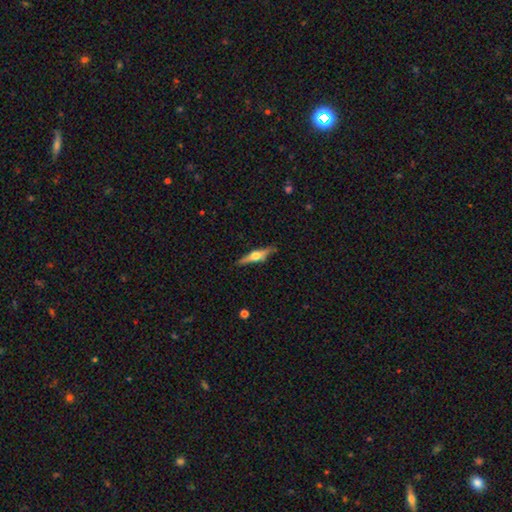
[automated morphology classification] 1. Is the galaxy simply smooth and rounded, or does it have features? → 69% featured or disk, 26% smooth, 6% star or artifact.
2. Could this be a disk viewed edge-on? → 97% yes, 3% no.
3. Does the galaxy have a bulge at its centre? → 94% rounded, 4% boxy, 2% none.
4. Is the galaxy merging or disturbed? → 86% none, 10% minor disturbance, 2% major disturbance, 1% merger.